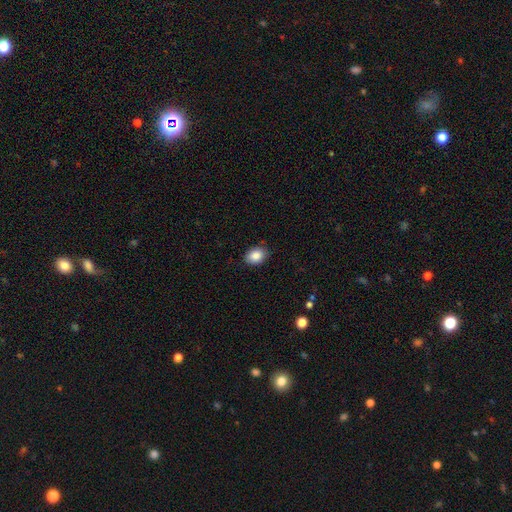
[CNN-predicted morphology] This is clearly a smooth galaxy (87%). How rounded: likely in between (70%). Merging: clearly none (85%).